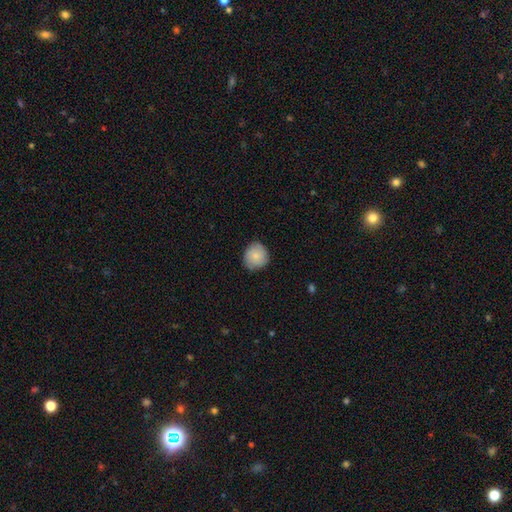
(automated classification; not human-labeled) This is likely a smooth galaxy (78%). How rounded: clearly round (86%). Merging: clearly none (80%).